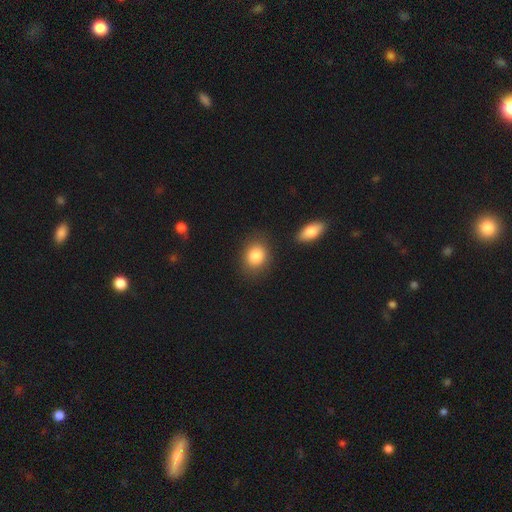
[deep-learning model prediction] The model was most divided on "how rounded": round: 54%, in between: 45%, cigar-shaped: 1%. More confident: smooth or featured — smooth (85%); merging — none (81%).